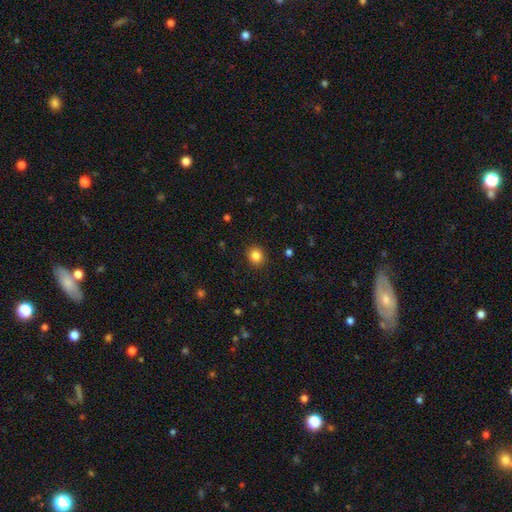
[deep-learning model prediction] Morphology: type=smooth (84%); roundness=round (82%); merging=none (91%).